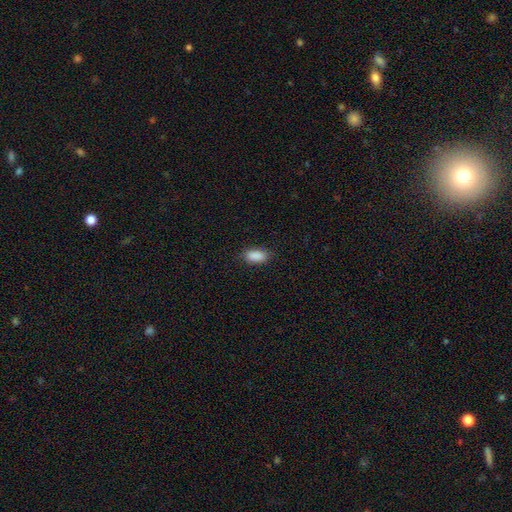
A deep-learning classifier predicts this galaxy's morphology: Smooth or featured: smooth — 90% (star or artifact — 7%)
How rounded: in between — 91% (cigar-shaped — 6%)
Merging: none — 85% (minor disturbance — 12%)